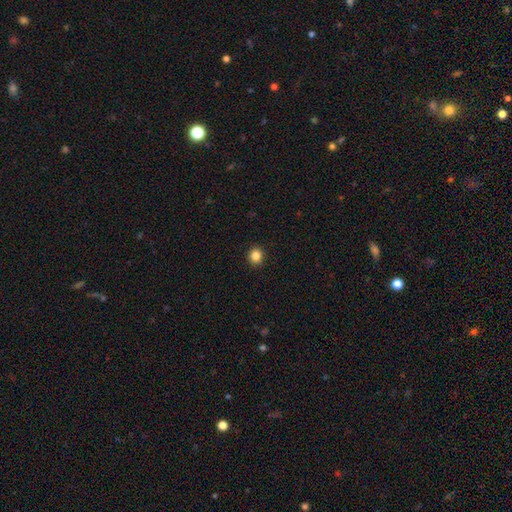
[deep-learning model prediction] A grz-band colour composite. It shows a smooth galaxy with no disk features (86%) that is round (87%). Merging: none (93%).